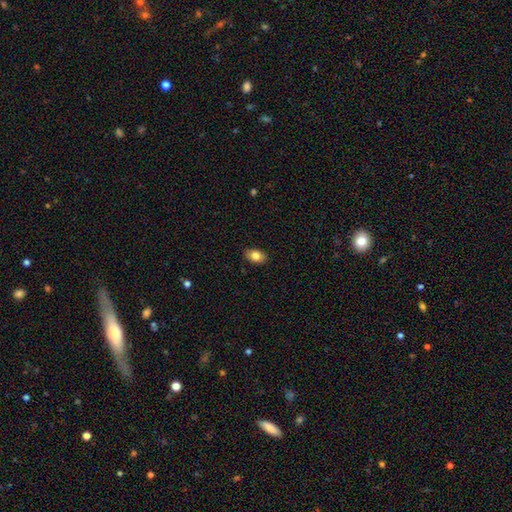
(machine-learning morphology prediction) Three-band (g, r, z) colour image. It shows a smooth galaxy with no disk features (82%) that is in between round and cigar-shaped (87%). Merging: none (87%).